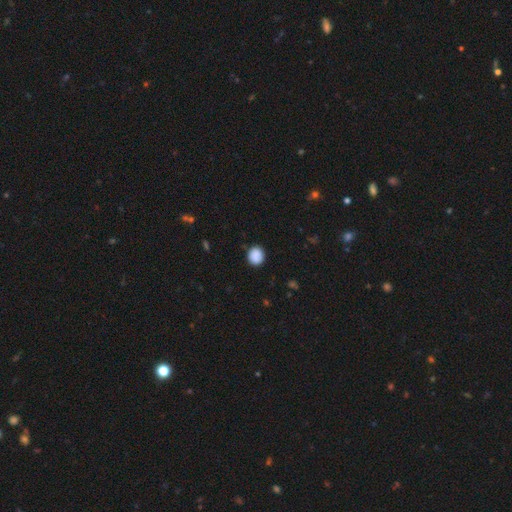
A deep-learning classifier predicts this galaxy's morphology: type=smooth (89%); roundness=round (79%); merging=none (88%).